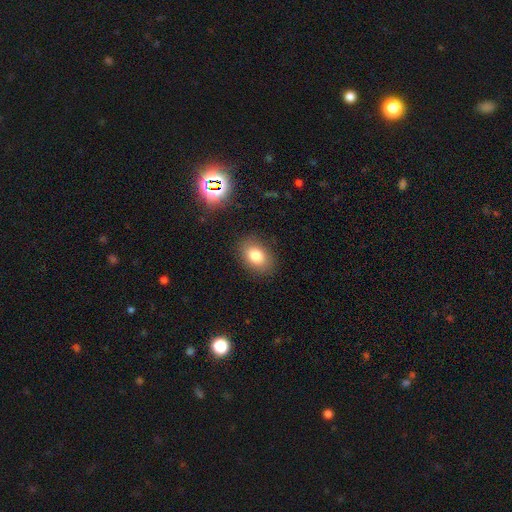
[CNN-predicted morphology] The model was most divided on "how rounded": in between: 78%, round: 21%, cigar-shaped: 1%. More confident: merging — none (85%); smooth or featured — smooth (80%).